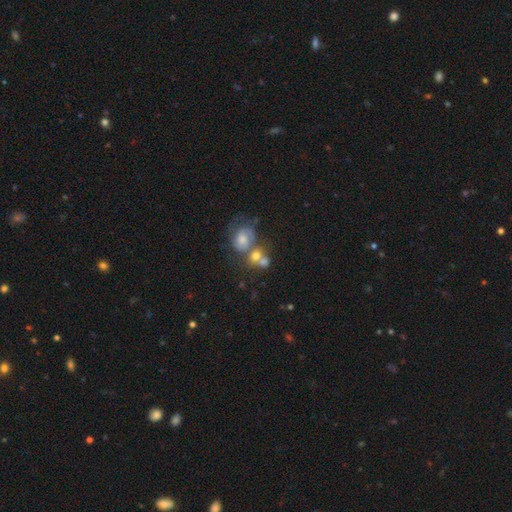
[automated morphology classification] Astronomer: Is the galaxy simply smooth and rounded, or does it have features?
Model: smooth — 51% (runner-up: star or artifact, 27%).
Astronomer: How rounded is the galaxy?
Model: round — 53% (runner-up: in between, 42%).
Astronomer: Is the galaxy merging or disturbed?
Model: merger — 52% (runner-up: none, 34%).